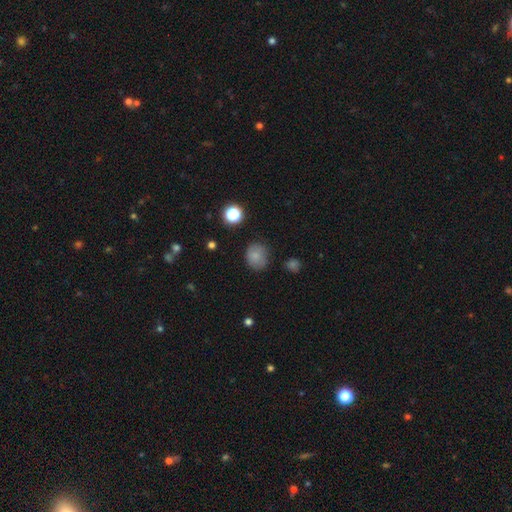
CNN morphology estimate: Smooth or featured? smooth (81%)
How rounded? round (68%)
Merging? none (75%)